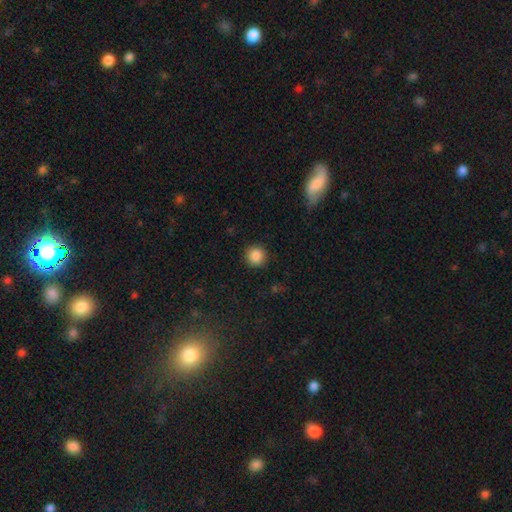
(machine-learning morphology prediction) Smooth or featured?
  - smooth: 87% *
  - star or artifact: 9%
  - featured or disk: 4%
How rounded?
  - round: 95% *
  - in between: 4%
  - cigar-shaped: 1%
Merging?
  - none: 92% *
  - minor disturbance: 5%
  - major disturbance: 2%
  - merger: 1%